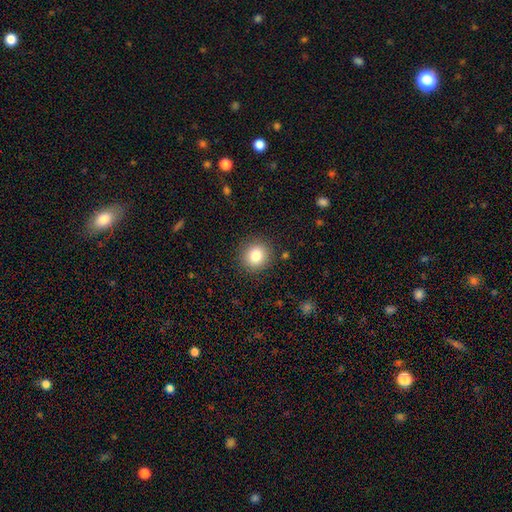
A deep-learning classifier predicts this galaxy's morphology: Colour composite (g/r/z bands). It shows a smooth galaxy with no disk features (82%) that is round (90%). Merging: none (90%).